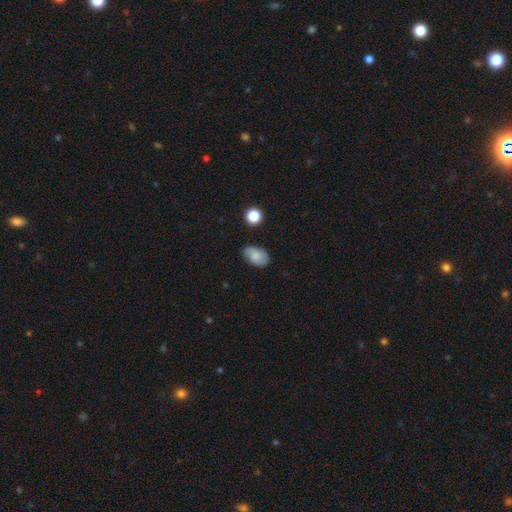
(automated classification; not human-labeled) This is likely a smooth galaxy (75%). How rounded: clearly in between (87%). Merging: likely none (69%).